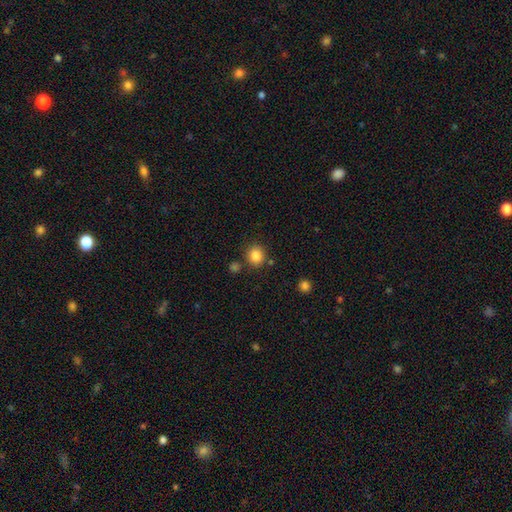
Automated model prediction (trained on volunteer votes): Q: Smooth or featured?
A: smooth (85%); runner-up: star or artifact (10%)
Q: How rounded?
A: round (83%); runner-up: in between (16%)
Q: Merging?
A: none (82%); runner-up: minor disturbance (9%)